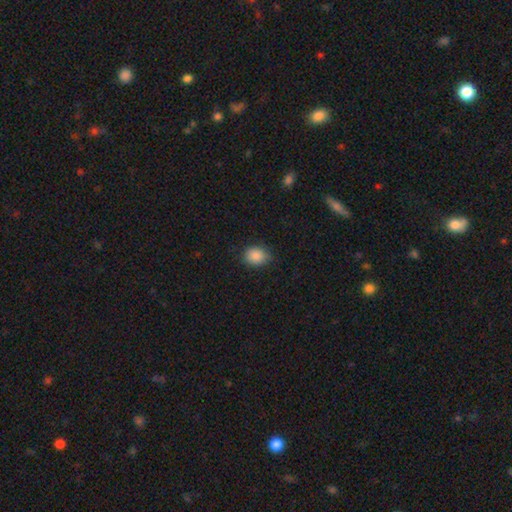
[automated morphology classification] Smooth or featured? smooth (88%)
How rounded? round (50%)
Merging? none (79%)